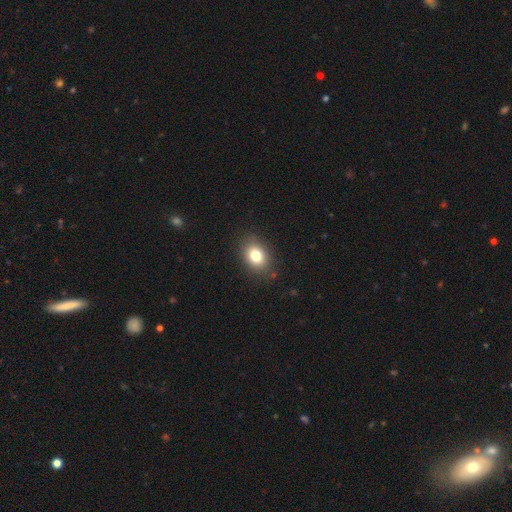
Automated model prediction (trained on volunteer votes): Overall: smooth (80%). How rounded: in between (72%). Merging: none (84%).